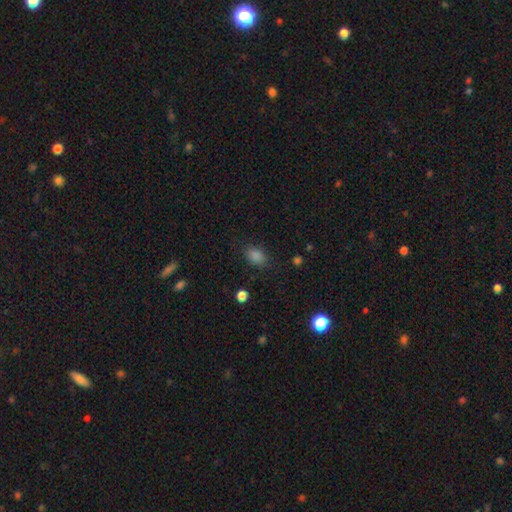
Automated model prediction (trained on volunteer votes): Smooth or featured? smooth (82%)
How rounded? in between (78%)
Merging? none (82%)